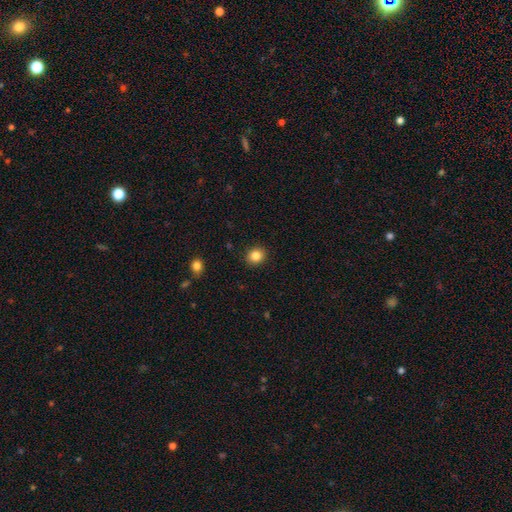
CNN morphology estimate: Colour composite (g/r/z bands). It shows a smooth galaxy with no disk features (85%) that is round (78%). Merging: none (91%).